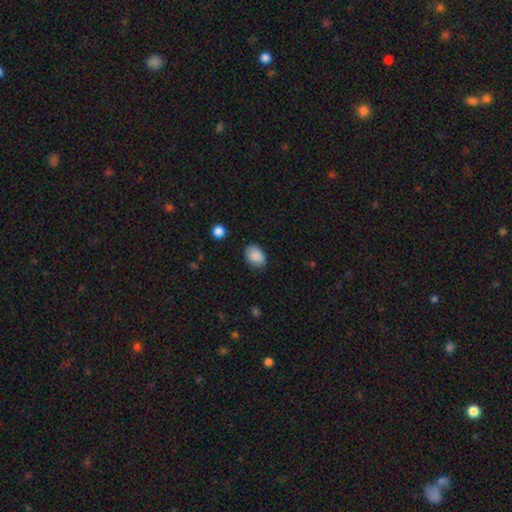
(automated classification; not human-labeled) Smooth or featured? Predicted: smooth (p=0.89). How rounded? Predicted: in between (p=0.78). Merging? Predicted: none (p=0.82).